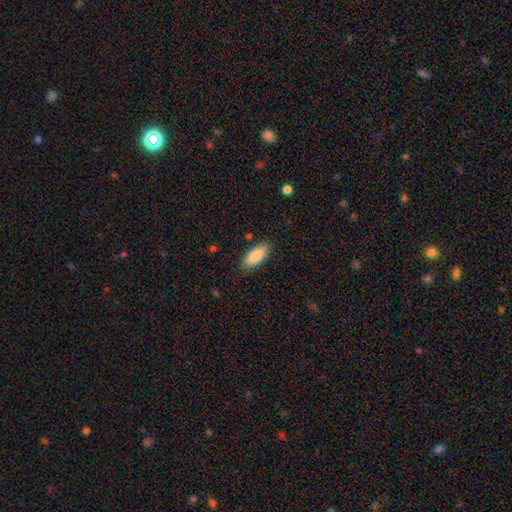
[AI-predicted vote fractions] smooth_or_featured: smooth (p=0.87) [alt: featured or disk p=0.07]
how_rounded: in between (p=0.84) [alt: cigar-shaped p=0.14]
merging: none (p=0.83) [alt: minor disturbance p=0.13]